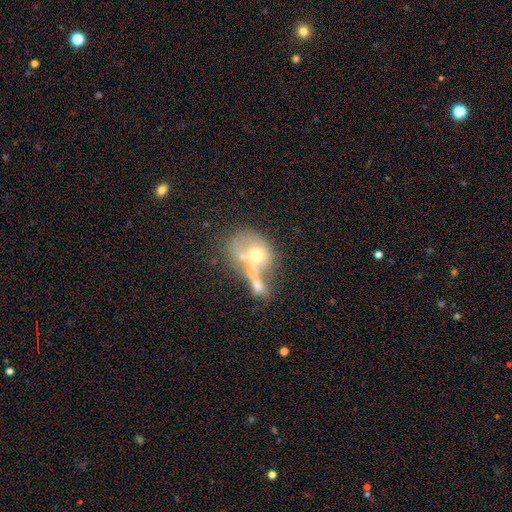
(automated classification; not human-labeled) Smooth or featured? featured or disk (45%)
Merging? merger (64%)